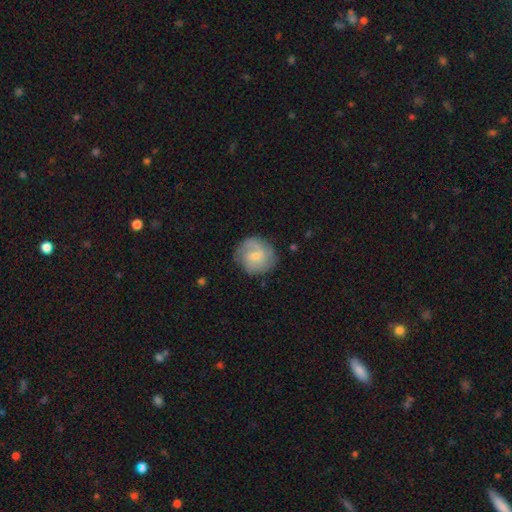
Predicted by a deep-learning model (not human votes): A featured or disk galaxy (61%) with a weak bar (47%), 2 (49%) tight (41%, tied with medium) spiral arms (89%) and a small central bulge (57%).

Vote fractions:
- Smooth or featured? featured or disk: 61% / smooth: 32% / star or artifact: 6%
- Edge-on disk? no: 98% / yes: 2%
- Bar? weak: 47% / no: 46% / strong: 7%
- Spiral arms? yes: 89% / no: 11%
- Spiral winding? tight: 41% (tied) / medium: 41% (tied) / loose: 18%
- Spiral arm count? 2: 49% / can't tell: 25% / 3: 11% / 1: 10% / 4: 3% / more than 4: 3%
- Bulge size? small: 57% / moderate: 36% / none: 4% / large: 2% / dominant: 1%
- Merging? none: 74% / minor disturbance: 17% / major disturbance: 7% / merger: 2%